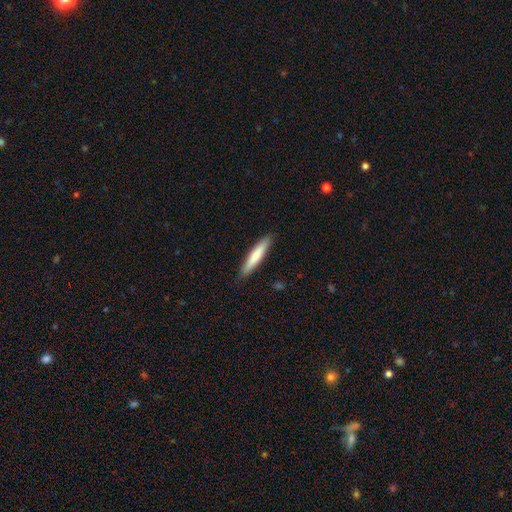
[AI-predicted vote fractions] This is likely a smooth galaxy (75%). How rounded: clearly cigar-shaped (91%). Merging: clearly none (89%).